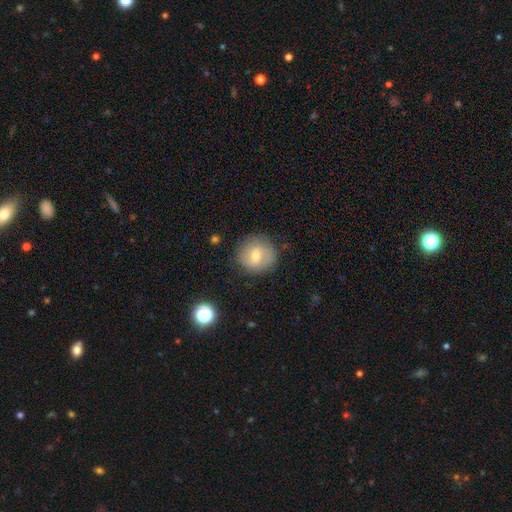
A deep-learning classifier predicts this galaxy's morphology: The model was most divided on "smooth or featured": featured or disk: 48%, smooth: 44%, star or artifact: 9%. More confident: merging — none (80%).